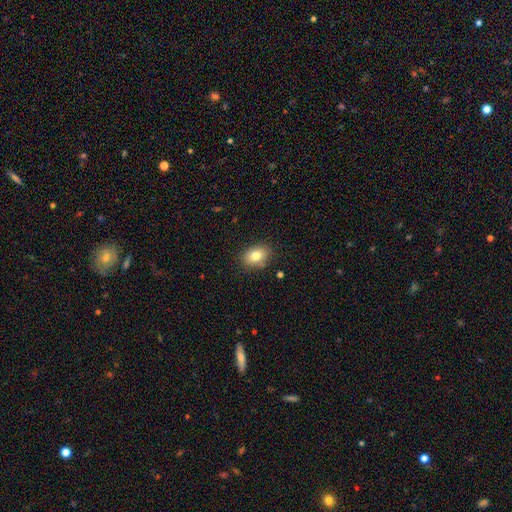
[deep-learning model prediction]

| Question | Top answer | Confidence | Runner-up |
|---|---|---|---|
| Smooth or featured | smooth | 80% | featured or disk (11%) |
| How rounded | in between | 77% | round (22%) |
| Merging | none | 85% | minor disturbance (11%) |